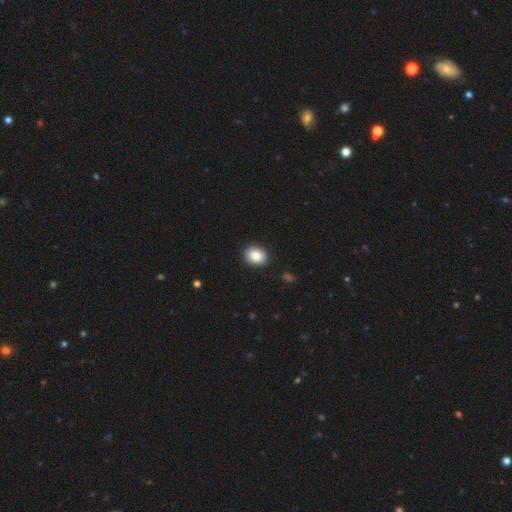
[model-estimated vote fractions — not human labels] Morphology: type=smooth (87%); roundness=in between (53%); merging=none (91%).